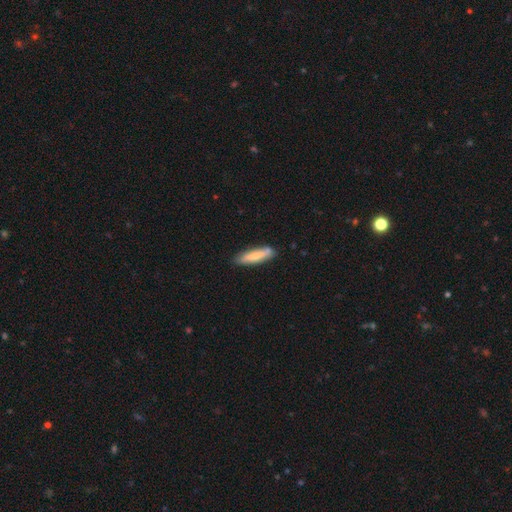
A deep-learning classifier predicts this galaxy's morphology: Smooth or featured?
  - smooth: 70% *
  - featured or disk: 25%
  - star or artifact: 6%
How rounded?
  - cigar-shaped: 74% *
  - in between: 24%
  - round: 1%
Merging?
  - none: 77% *
  - minor disturbance: 16%
  - merger: 4%
  - major disturbance: 3%